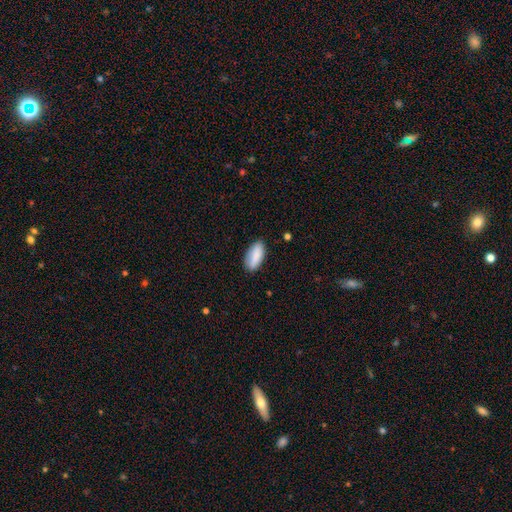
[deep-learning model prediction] Overall: smooth (87%). How rounded: in between (86%). Merging: none (82%).